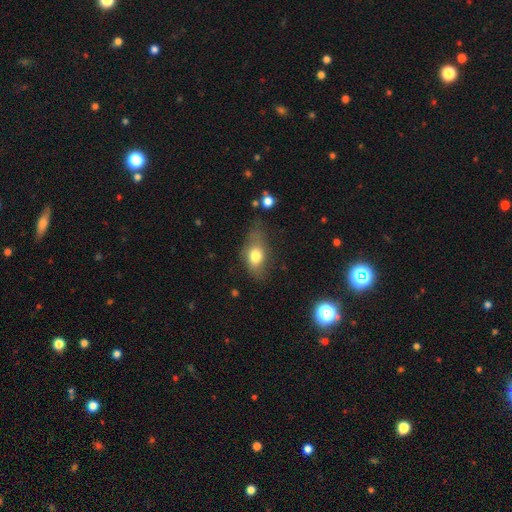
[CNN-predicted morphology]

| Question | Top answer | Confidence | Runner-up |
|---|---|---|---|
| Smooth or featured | smooth | 74% | featured or disk (18%) |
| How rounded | in between | 82% | round (13%) |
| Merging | none | 53% | minor disturbance (29%) |